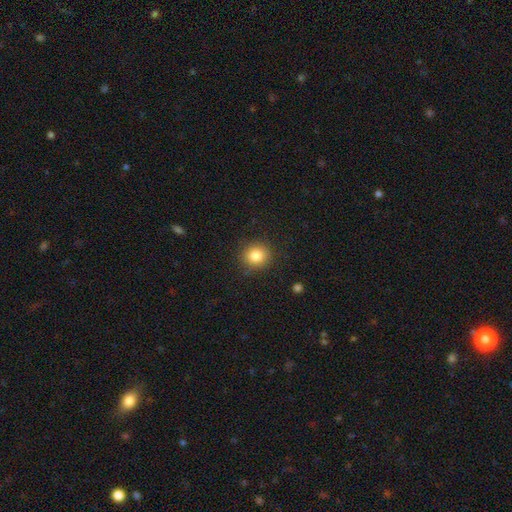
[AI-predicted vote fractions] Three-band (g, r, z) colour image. It shows a smooth galaxy with no disk features (84%) that is round (84%). Merging: none (88%).